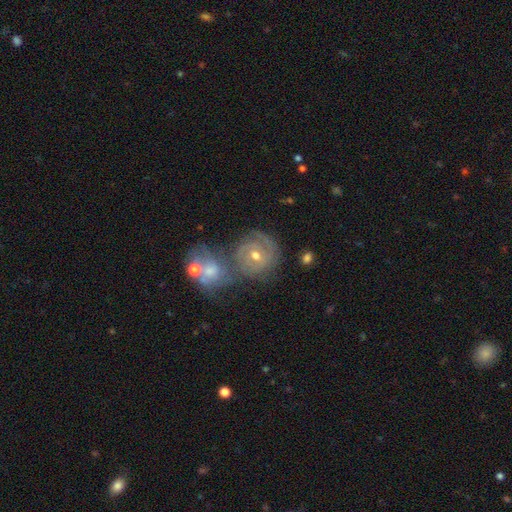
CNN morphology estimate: featured or disk 77%, smooth 16%, star or artifact 7%. Down the decision tree: edge-on disk — no (97%); bar — no (63%); spiral arms — yes (90%); spiral arm count — 2 (35%); spiral winding — tight (72%); bulge size — moderate (65%); merging — none (44%).